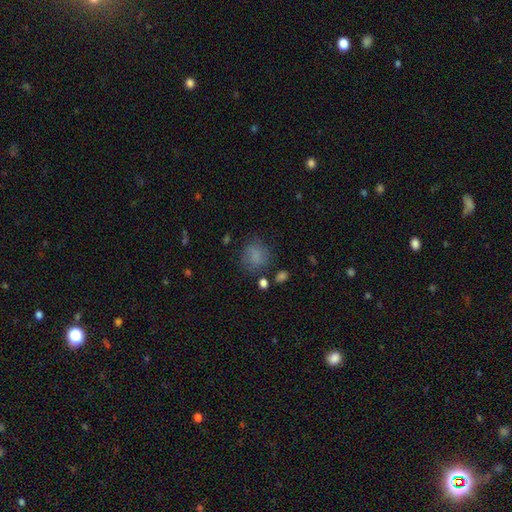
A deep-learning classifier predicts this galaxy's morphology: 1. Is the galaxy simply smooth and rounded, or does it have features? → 75% smooth, 13% star or artifact, 12% featured or disk.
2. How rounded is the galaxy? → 75% round, 24% in between, 1% cigar-shaped.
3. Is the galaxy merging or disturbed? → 66% none, 20% minor disturbance, 10% major disturbance, 4% merger.